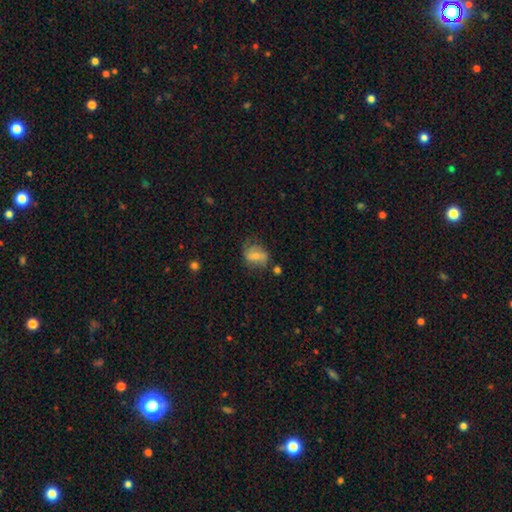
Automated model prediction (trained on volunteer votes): This appears to be a smooth galaxy with no disk features (56%) that is in between round and cigar-shaped (50%). Merging: none (58%).